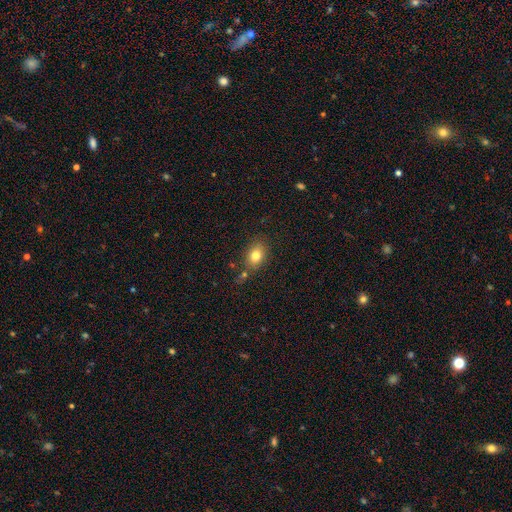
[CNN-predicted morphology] A smooth galaxy with no disk features (81%) that is in between round and cigar-shaped (72%).

Vote fractions:
- Smooth or featured? smooth: 81% / star or artifact: 10% / featured or disk: 9%
- How rounded? in between: 72% / round: 27% / cigar-shaped: 2%
- Merging? none: 73% / minor disturbance: 15% / merger: 8% / major disturbance: 4%